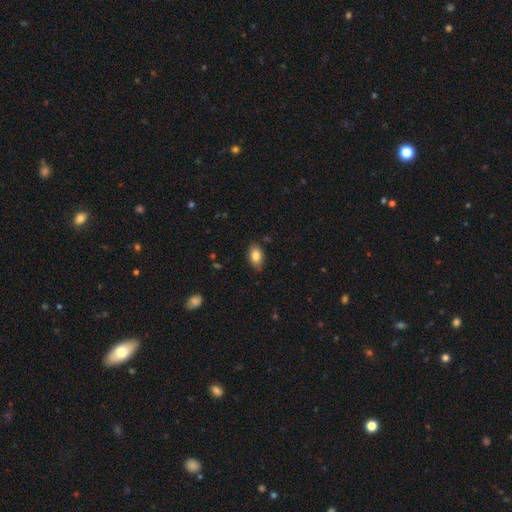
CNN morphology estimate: smooth_or_featured: smooth (p=0.84) [alt: featured or disk p=0.08]
how_rounded: in between (p=0.88) [alt: round p=0.10]
merging: none (p=0.81) [alt: minor disturbance p=0.15]